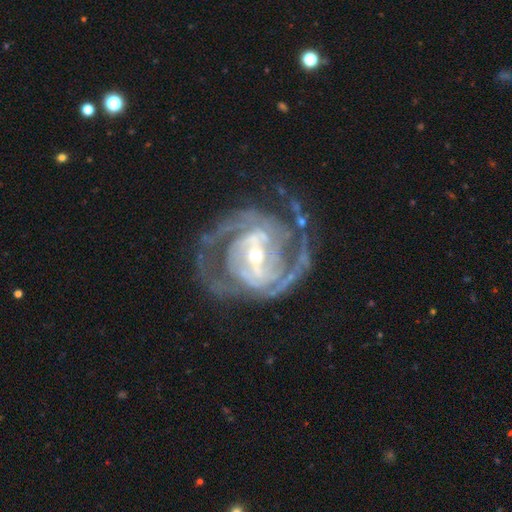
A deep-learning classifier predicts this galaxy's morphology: Smooth or featured?
  - featured or disk: 91% *
  - star or artifact: 5%
  - smooth: 4%
Edge-on disk?
  - no: 97% *
  - yes: 3%
Bar?
  - strong: 54% *
  - weak: 33%
  - no: 14%
Spiral arms?
  - yes: 96% *
  - no: 4%
Spiral winding?
  - tight: 46% *
  - medium: 43%
  - loose: 10%
Spiral arm count?
  - 2: 50% *
  - 3: 17%
  - can't tell: 16%
  - 4: 7%
  - 1: 5%
  - more than 4: 5%
Bulge size?
  - small: 62% *
  - moderate: 33%
  - large: 3%
  - none: 1%
  - dominant: 1%
Merging?
  - none: 65% *
  - major disturbance: 17%
  - minor disturbance: 16%
  - merger: 2%